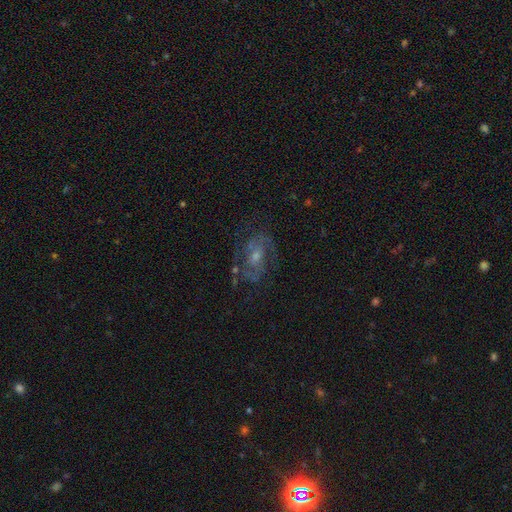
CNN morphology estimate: This appears to be a featured or disk galaxy (75%) with no bar (53%), 2 (66%) medium (49%) spiral arms (87%) and a moderate central bulge (46%). Merging: none (69%).